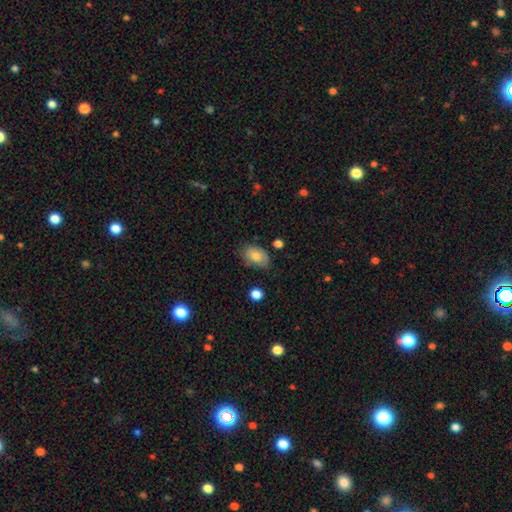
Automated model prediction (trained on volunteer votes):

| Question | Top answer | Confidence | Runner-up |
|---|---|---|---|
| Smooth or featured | smooth | 77% | featured or disk (15%) |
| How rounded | in between | 84% | round (15%) |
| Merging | none | 70% | minor disturbance (23%) |